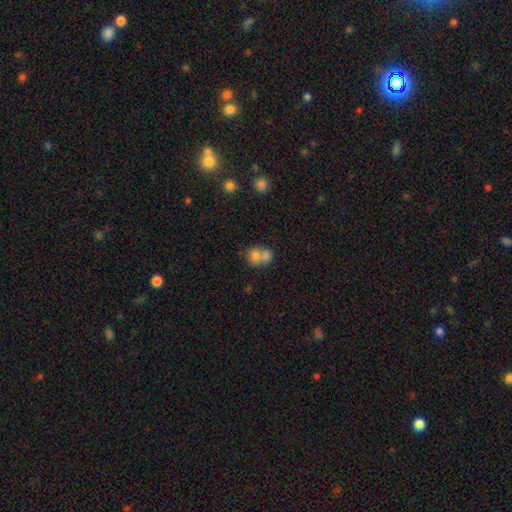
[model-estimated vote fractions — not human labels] smooth-or-featured: smooth: 73% | featured or disk: 18% | star or artifact: 9%
  how-rounded: round: 59% | in between: 40% | cigar-shaped: 1%
  merging: merger: 65% | none: 24% | minor disturbance: 7% | major disturbance: 3%